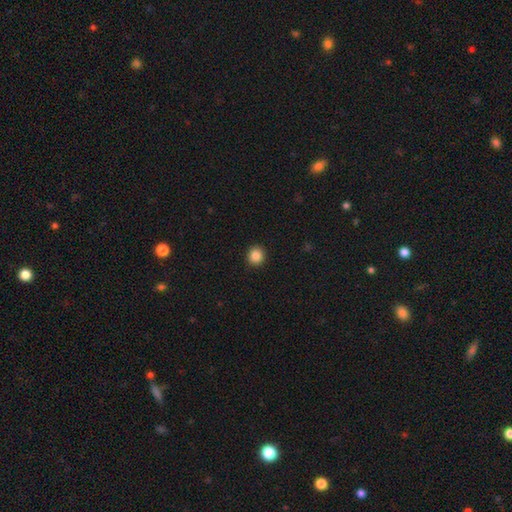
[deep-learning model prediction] Smooth or featured? smooth (85%)
How rounded? round (89%)
Merging? none (93%)